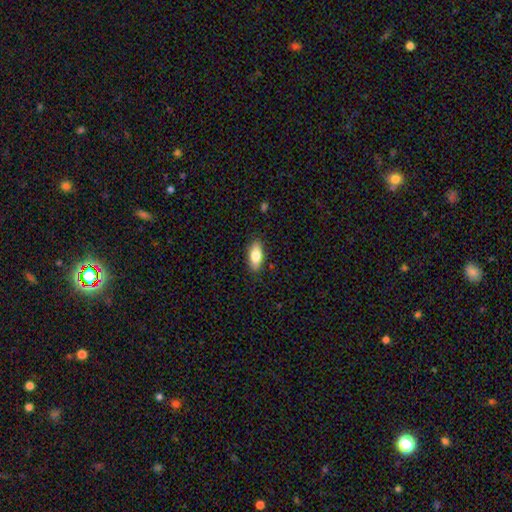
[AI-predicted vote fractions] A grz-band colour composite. It shows a smooth galaxy with no disk features (77%) that is in between round and cigar-shaped (84%). Merging: none (87%).